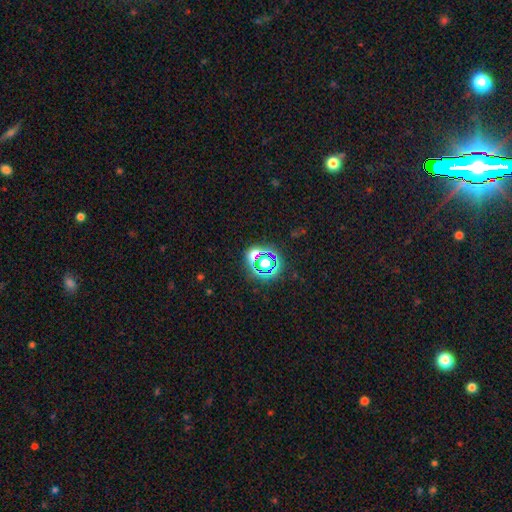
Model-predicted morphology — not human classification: A star or artifact, not a galaxy (56%).